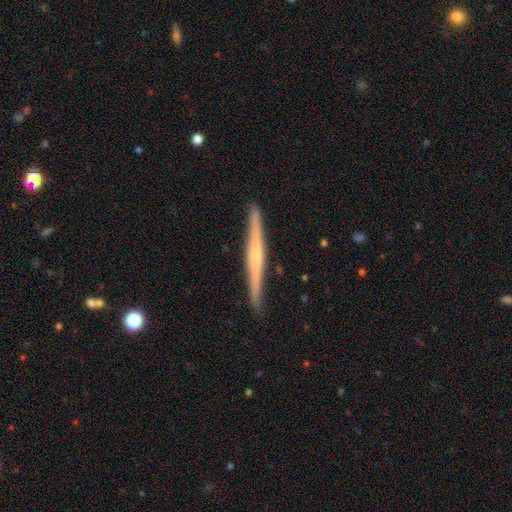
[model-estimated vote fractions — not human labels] A featured or disk galaxy (68%) viewed edge-on (98%) with a rounded central bulge (47%). Merging: none (91%).